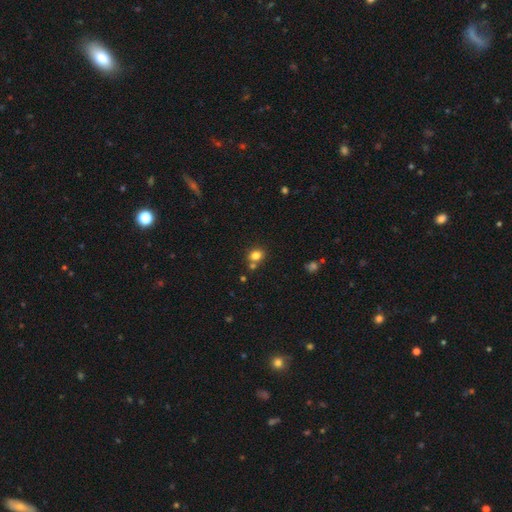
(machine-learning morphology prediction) Smooth or featured?
  - smooth: 80% *
  - star or artifact: 13%
  - featured or disk: 7%
How rounded?
  - round: 64% *
  - in between: 36%
  - cigar-shaped: 1%
Merging?
  - none: 67% *
  - merger: 20%
  - minor disturbance: 10%
  - major disturbance: 3%